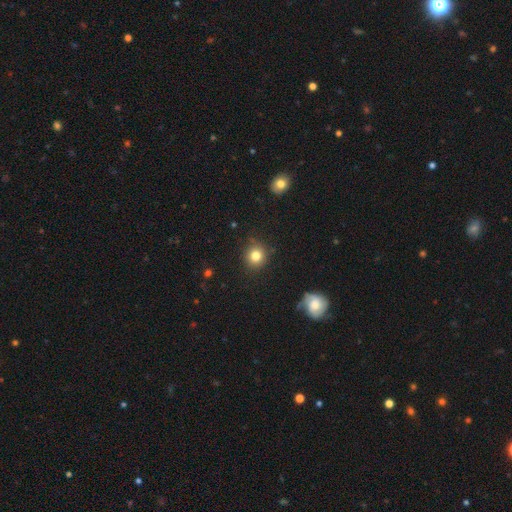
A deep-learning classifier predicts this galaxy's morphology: type=smooth (81%); roundness=round (89%); merging=none (86%).